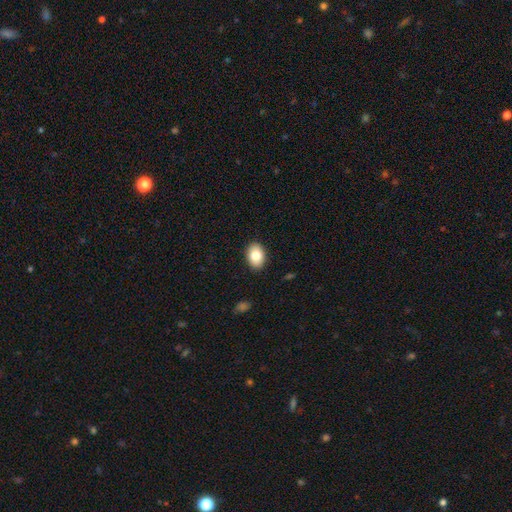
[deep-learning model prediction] Morphology: type=smooth (82%); roundness=in between (80%); merging=none (89%).